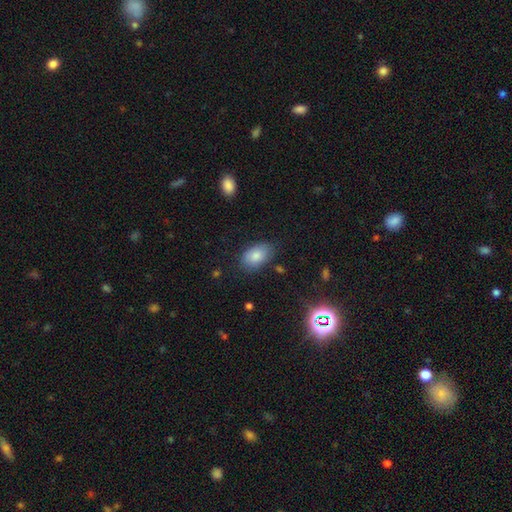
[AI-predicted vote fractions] Smooth or featured: smooth — 83% (featured or disk — 9%)
How rounded: in between — 91% (round — 8%)
Merging: none — 78% (minor disturbance — 17%)